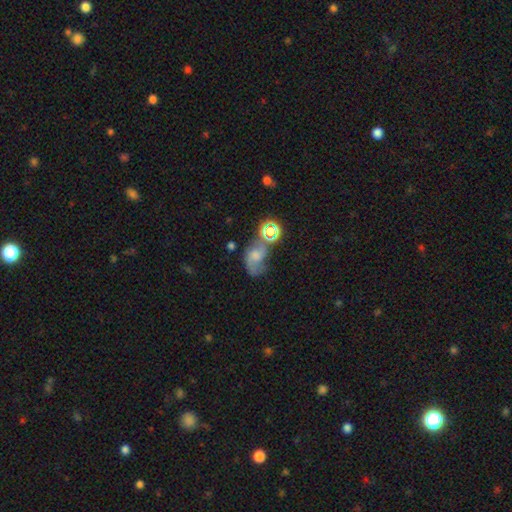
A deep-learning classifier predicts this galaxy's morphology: Q: Smooth or featured?
A: featured or disk (45%); runner-up: smooth (36%)
Q: Merging?
A: none (35%); runner-up: major disturbance (24%)